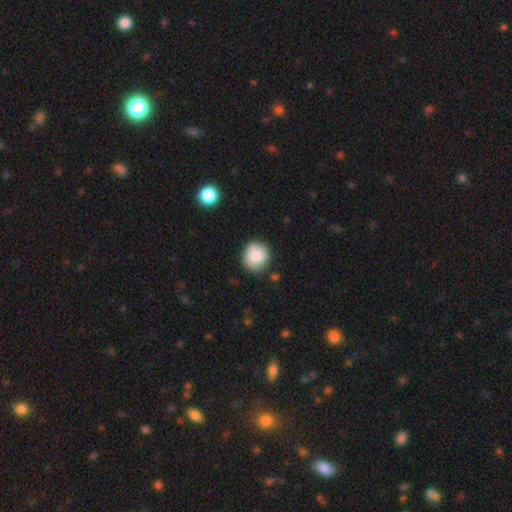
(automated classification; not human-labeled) A smooth galaxy with no disk features (84%) that is round (90%).

Vote fractions:
- Smooth or featured? smooth: 84% / featured or disk: 8% / star or artifact: 8%
- How rounded? round: 90% / in between: 9% / cigar-shaped: 1%
- Merging? none: 80% / minor disturbance: 15% / major disturbance: 3% / merger: 2%